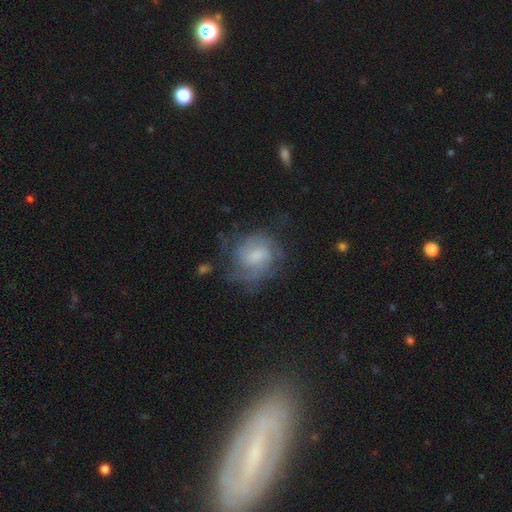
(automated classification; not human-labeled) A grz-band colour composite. It shows a featured or disk galaxy (67%) with a weak bar (52%), tight (43%) spiral arms (87%) and a small central bulge (39%). Merging: none (59%).